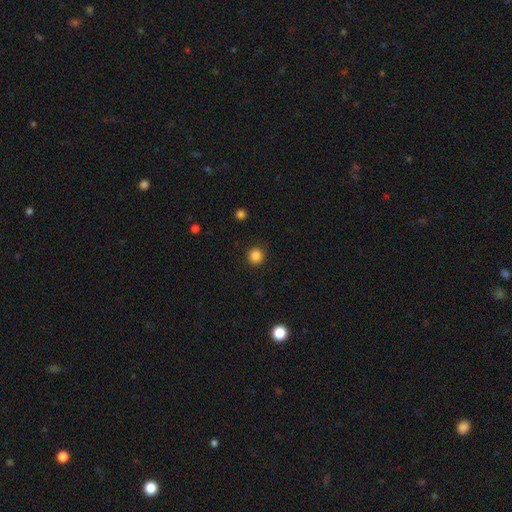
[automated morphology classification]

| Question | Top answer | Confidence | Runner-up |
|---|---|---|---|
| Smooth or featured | smooth | 85% | star or artifact (12%) |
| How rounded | round | 95% | in between (4%) |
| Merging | none | 91% | minor disturbance (6%) |